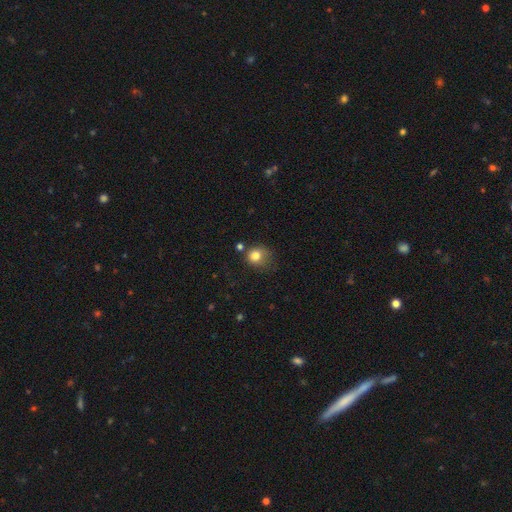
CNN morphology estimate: A smooth galaxy with no disk features (80%) that is round (75%). Merging: none (49%).